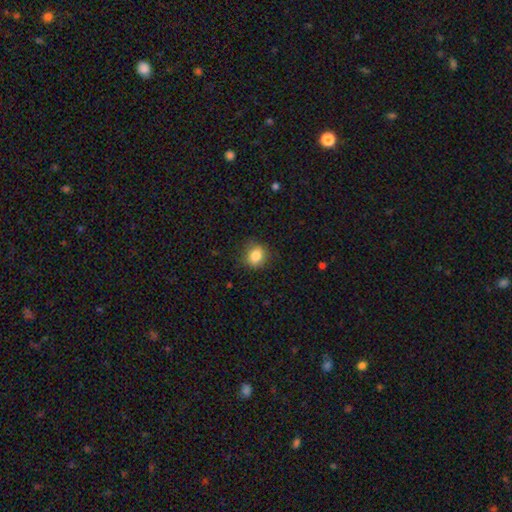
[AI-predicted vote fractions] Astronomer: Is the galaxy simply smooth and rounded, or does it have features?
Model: smooth — 84%.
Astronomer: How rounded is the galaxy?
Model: round — 71%.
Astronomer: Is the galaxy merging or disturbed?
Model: none — 84%.